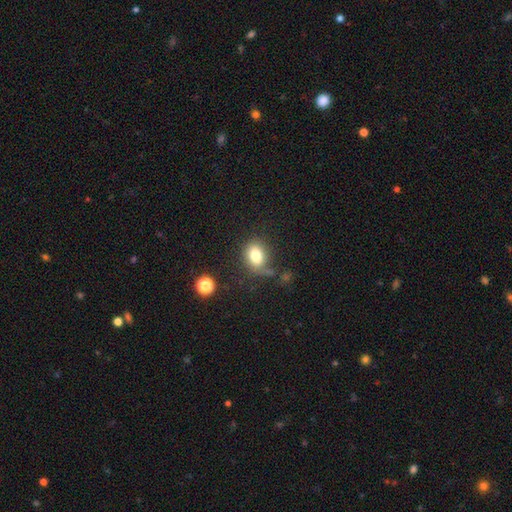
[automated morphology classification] This is likely a smooth galaxy (80%). How rounded: likely in between (61%). Merging: likely none (64%).